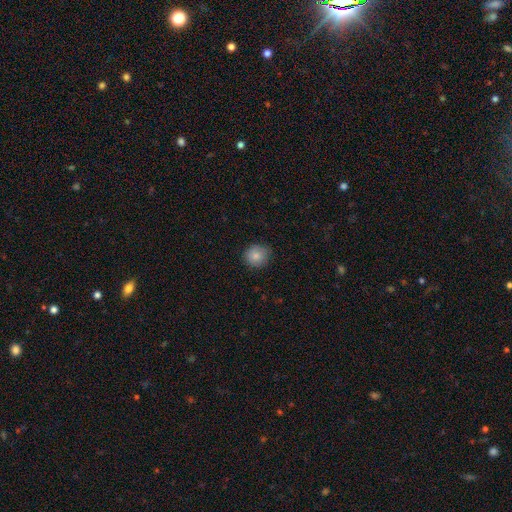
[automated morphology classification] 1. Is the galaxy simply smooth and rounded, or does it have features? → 83% smooth, 9% star or artifact, 8% featured or disk.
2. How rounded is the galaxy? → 88% round, 12% in between, 1% cigar-shaped.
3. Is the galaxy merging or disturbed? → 83% none, 14% minor disturbance, 3% major disturbance, 1% merger.